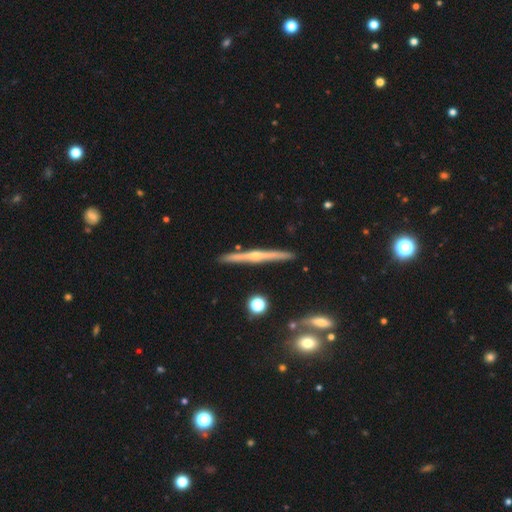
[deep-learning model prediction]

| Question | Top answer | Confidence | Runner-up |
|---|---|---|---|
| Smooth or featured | featured or disk | 78% | smooth (16%) |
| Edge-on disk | yes | 98% | no (2%) |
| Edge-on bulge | rounded | 77% | none (18%) |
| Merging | none | 90% | minor disturbance (7%) |